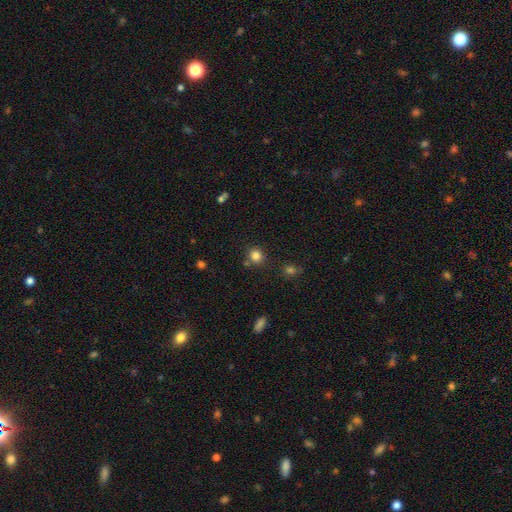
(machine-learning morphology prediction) Smooth or featured: smooth — 82% (star or artifact — 13%)
How rounded: round — 87% (in between — 13%)
Merging: none — 79% (minor disturbance — 10%)